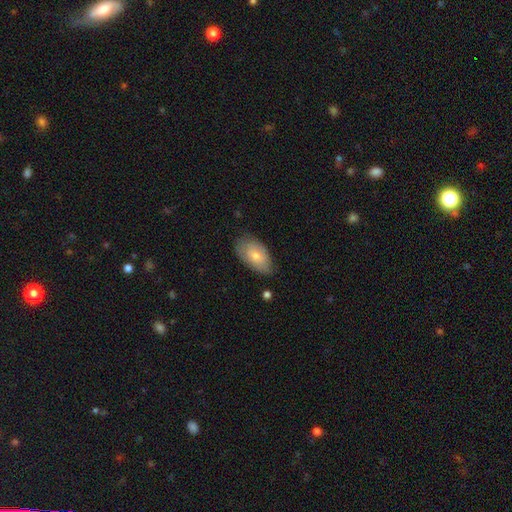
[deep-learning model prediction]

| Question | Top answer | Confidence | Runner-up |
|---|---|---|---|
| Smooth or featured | smooth | 65% | featured or disk (28%) |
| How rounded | in between | 93% | round (5%) |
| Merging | none | 72% | minor disturbance (23%) |